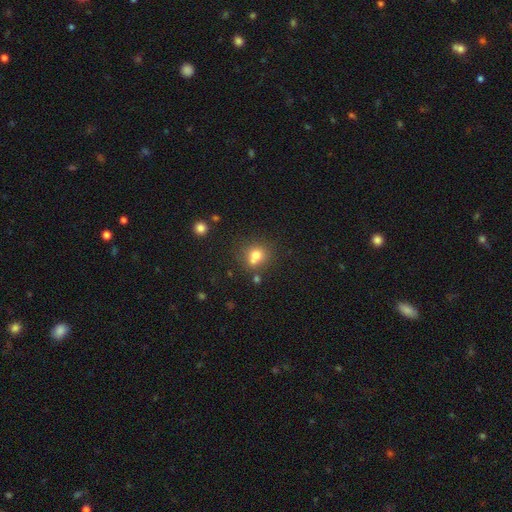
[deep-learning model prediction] Q: Smooth or featured?
A: smooth (73%); runner-up: star or artifact (14%)
Q: How rounded?
A: round (79%); runner-up: in between (20%)
Q: Merging?
A: none (50%); runner-up: merger (33%)